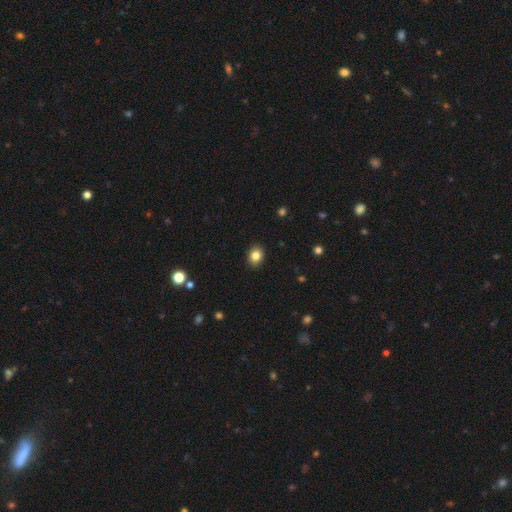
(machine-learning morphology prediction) A smooth galaxy with no disk features (84%) that is in between round and cigar-shaped (52%). Merging: none (90%).